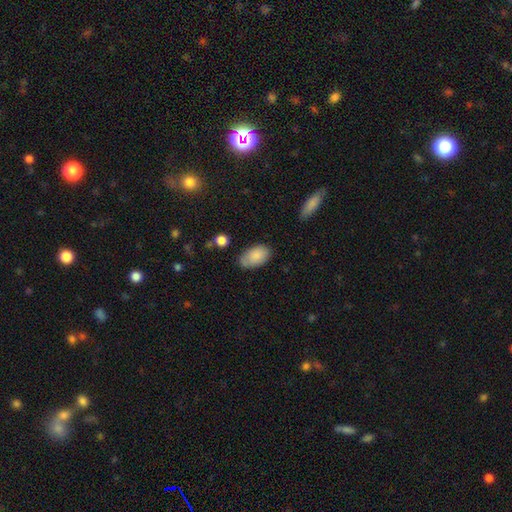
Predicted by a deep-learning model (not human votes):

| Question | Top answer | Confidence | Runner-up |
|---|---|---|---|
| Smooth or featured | smooth | 86% | featured or disk (7%) |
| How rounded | in between | 94% | round (4%) |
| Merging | none | 72% | minor disturbance (21%) |